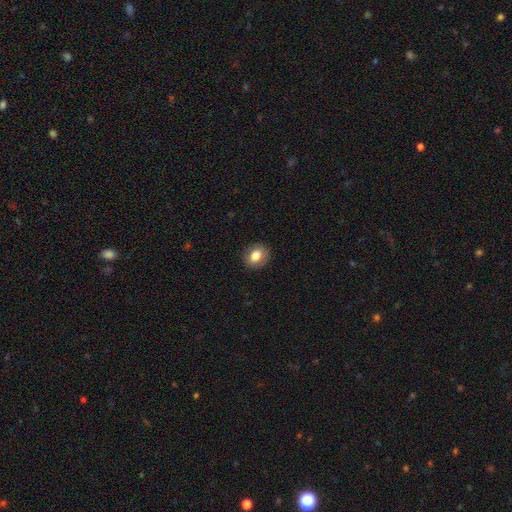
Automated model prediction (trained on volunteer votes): Morphology: type=smooth (79%); roundness=round (56%); merging=none (88%).